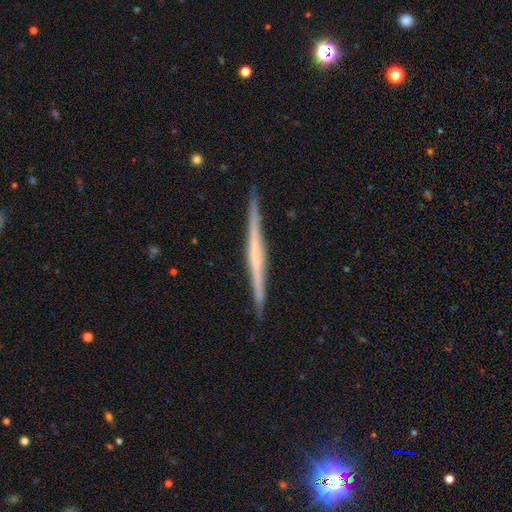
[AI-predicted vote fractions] smooth_or_featured: featured or disk (p=0.70) [alt: smooth p=0.24]
disk_edge_on: yes (p=0.98) [alt: no p=0.02]
edge_on_bulge: none (p=0.72) [alt: rounded p=0.18]
merging: none (p=0.91) [alt: minor disturbance p=0.07]